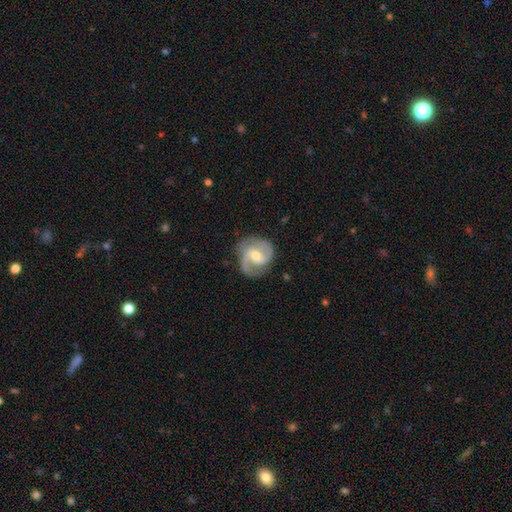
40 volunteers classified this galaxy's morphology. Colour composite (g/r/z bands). It shows a featured or disk galaxy (88%) with a weak bar (56%), 2 (94%) medium (66%) spiral arms (100%) and a moderate central bulge (53%). Merging: none (61%).